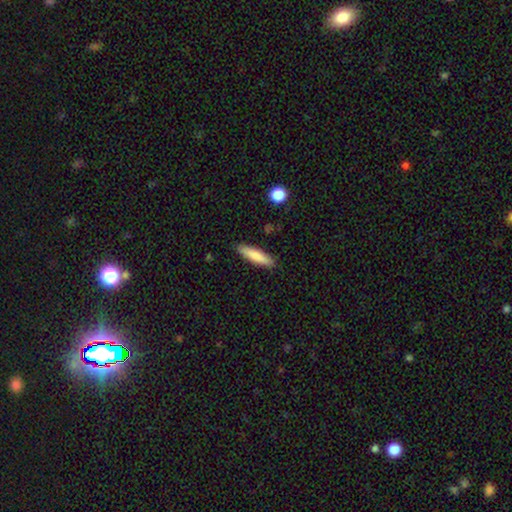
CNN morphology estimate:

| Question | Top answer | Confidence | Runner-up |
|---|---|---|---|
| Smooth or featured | smooth | 81% | featured or disk (13%) |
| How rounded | cigar-shaped | 80% | in between (18%) |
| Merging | none | 89% | minor disturbance (8%) |